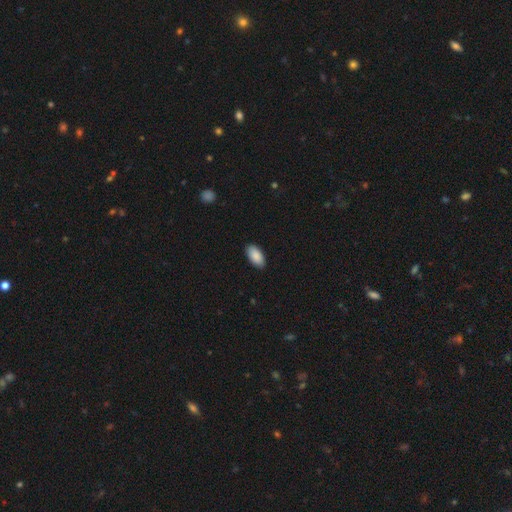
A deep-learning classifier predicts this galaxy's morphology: A smooth galaxy with no disk features (90%) that is in between round and cigar-shaped (95%). Merging: none (89%).